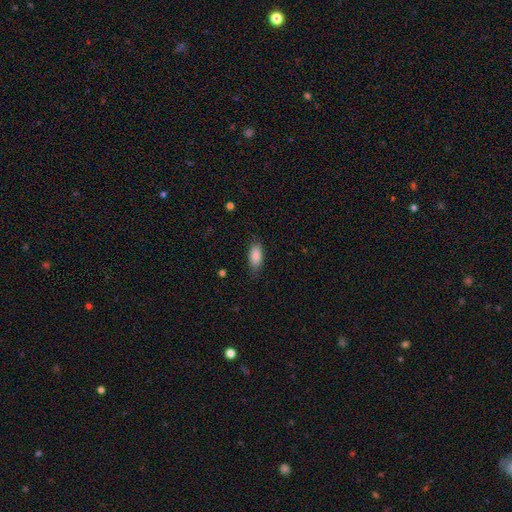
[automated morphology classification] A smooth galaxy with no disk features (88%) that is in between round and cigar-shaped (84%). Merging: none (82%).